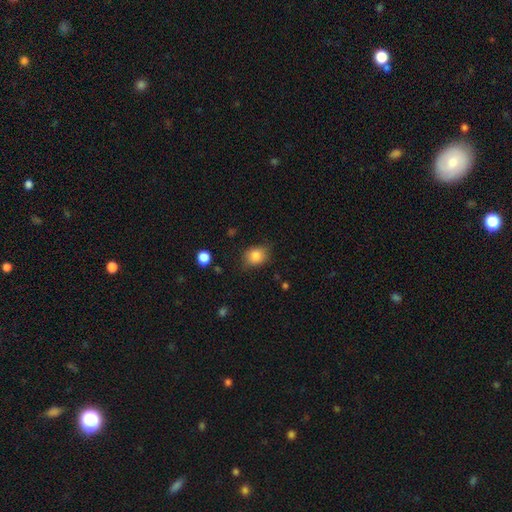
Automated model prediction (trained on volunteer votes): A smooth galaxy with no disk features (83%) that is round (50%).

Vote fractions:
- Smooth or featured? smooth: 83% / star or artifact: 9% / featured or disk: 8%
- How rounded? round: 50% / in between: 48% / cigar-shaped: 1%
- Merging? none: 71% / minor disturbance: 22% / major disturbance: 5% / merger: 1%